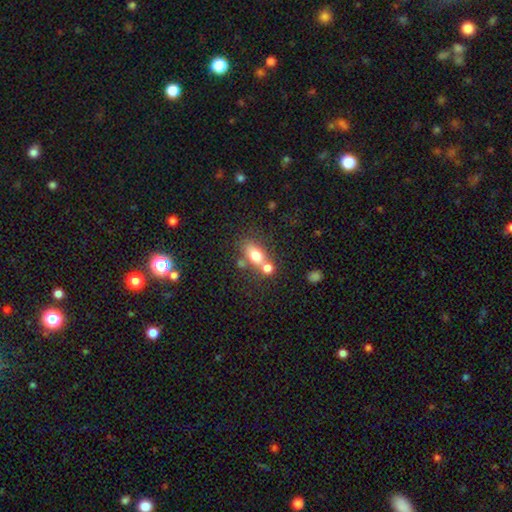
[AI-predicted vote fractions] A smooth galaxy with no disk features (72%) that is in between round and cigar-shaped (70%).

Vote fractions:
- Smooth or featured? smooth: 72% / featured or disk: 18% / star or artifact: 11%
- How rounded? in between: 70% / round: 23% / cigar-shaped: 7%
- Merging? none: 43% / merger: 39% / minor disturbance: 12% / major disturbance: 6%